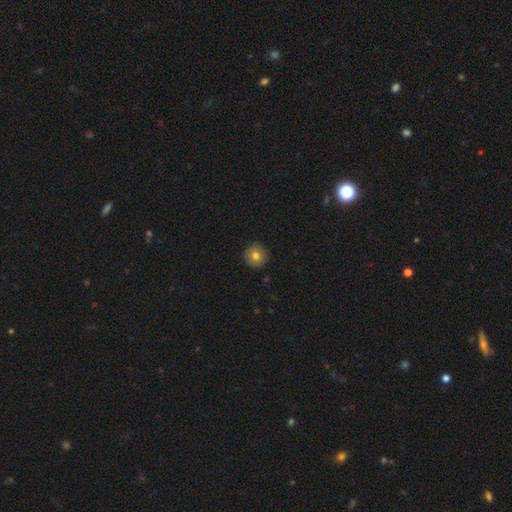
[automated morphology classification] Smooth or featured? smooth (77%)
How rounded? round (95%)
Merging? none (90%)